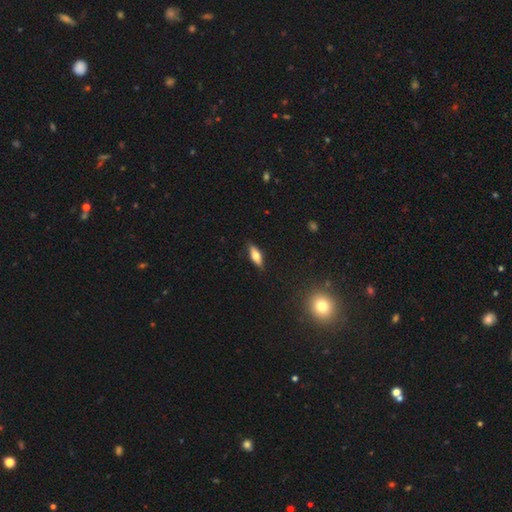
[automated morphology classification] Smooth or featured: smooth — 57% (featured or disk — 36%)
How rounded: in between — 61% (cigar-shaped — 36%)
Merging: none — 88% (minor disturbance — 9%)